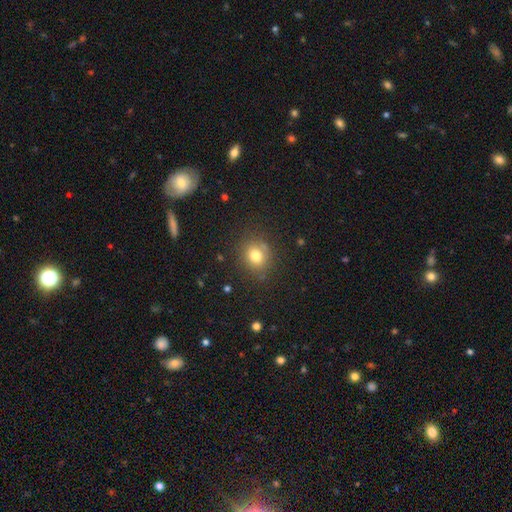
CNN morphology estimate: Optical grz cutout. It shows a smooth galaxy with no disk features (77%) that is round (75%). Merging: none (80%).